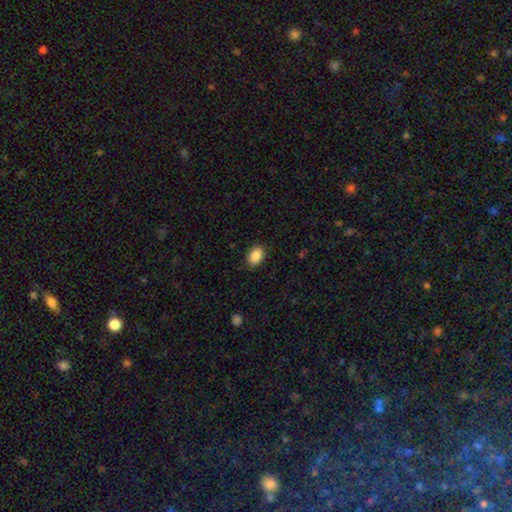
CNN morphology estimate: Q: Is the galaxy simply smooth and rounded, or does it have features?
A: smooth — 88%.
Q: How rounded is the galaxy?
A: in between — 81%.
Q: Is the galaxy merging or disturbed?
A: none — 86%.